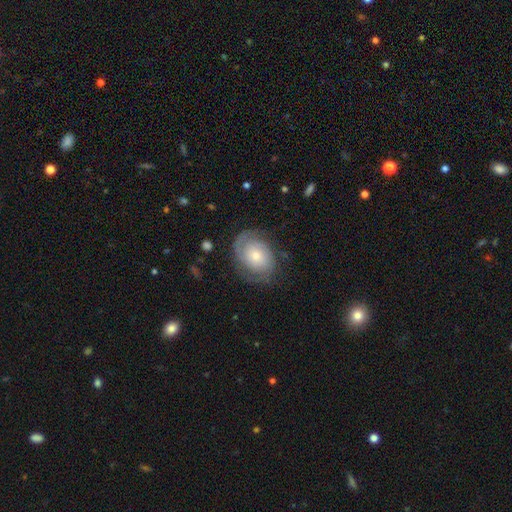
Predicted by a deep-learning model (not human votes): featured or disk 75%, smooth 19%, star or artifact 6%. Down the decision tree: edge-on disk — no (97%); bar — no (77%); spiral arms — yes (92%); spiral arm count — 2 (62%); spiral winding — tight (61%); bulge size — small (60%); merging — none (73%).